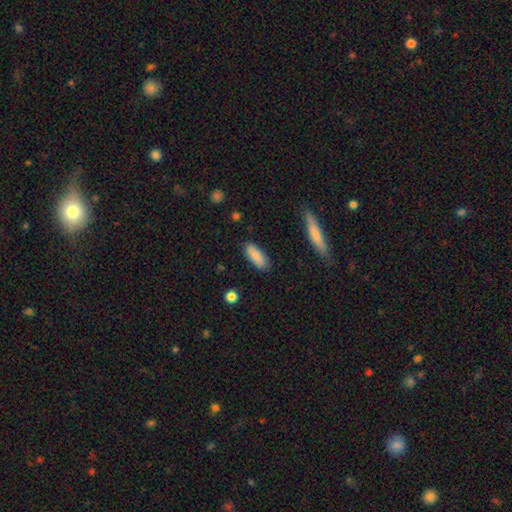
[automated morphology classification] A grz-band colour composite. It shows a smooth galaxy with no disk features (87%) that is in between round and cigar-shaped (69%). Merging: none (85%).